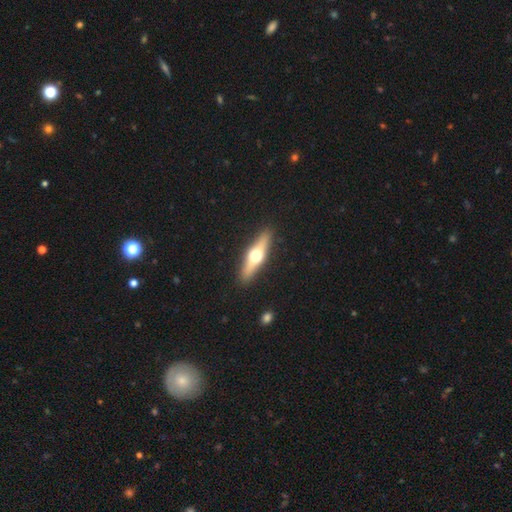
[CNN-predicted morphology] A featured or disk galaxy (58%) viewed edge-on (93%) with a rounded central bulge (96%). Merging: none (90%).